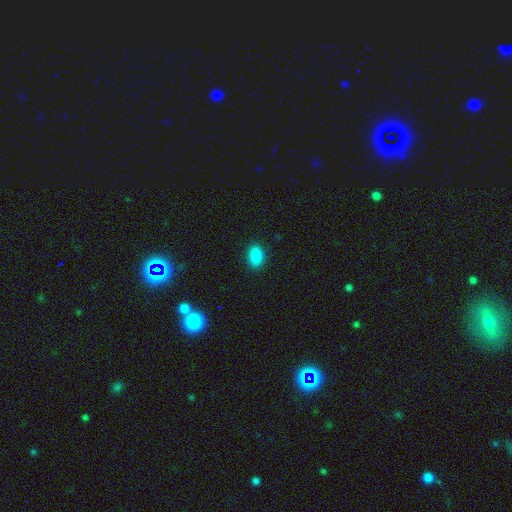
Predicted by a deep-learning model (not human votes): Smooth or featured? smooth (89%)
How rounded? in between (88%)
Merging? none (88%)